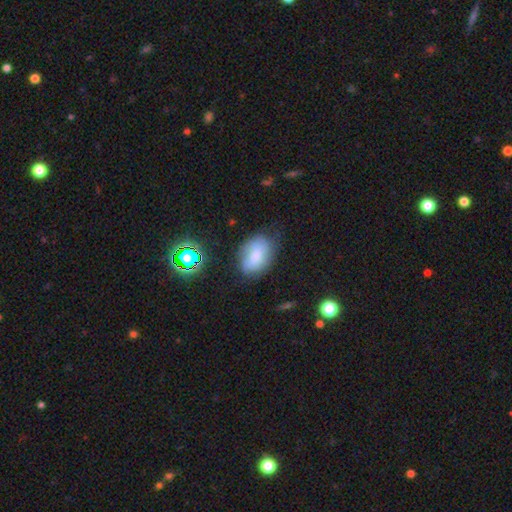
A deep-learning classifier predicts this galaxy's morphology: Overall: smooth (67%). How rounded: in between (81%). Merging: none (64%; minor disturbance 25%).